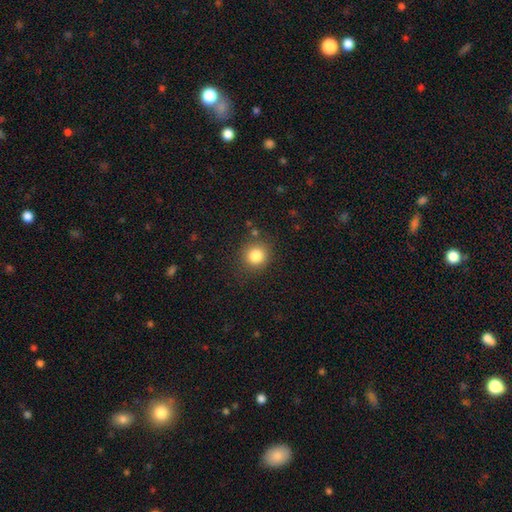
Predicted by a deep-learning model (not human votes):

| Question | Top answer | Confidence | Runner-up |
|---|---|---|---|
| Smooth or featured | smooth | 83% | star or artifact (11%) |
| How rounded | round | 89% | in between (10%) |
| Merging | none | 85% | minor disturbance (9%) |